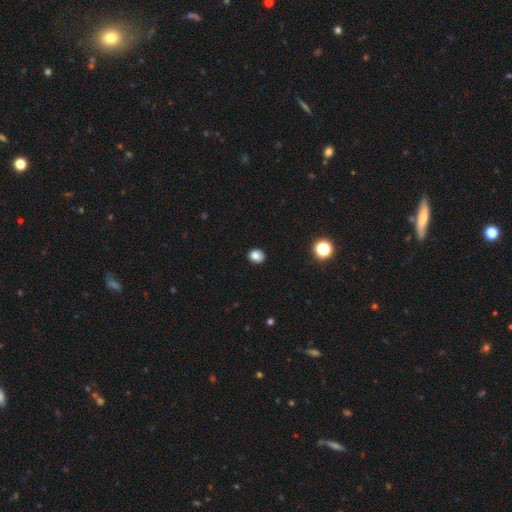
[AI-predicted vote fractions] Smooth or featured? smooth (83%)
How rounded? round (72%)
Merging? none (88%)